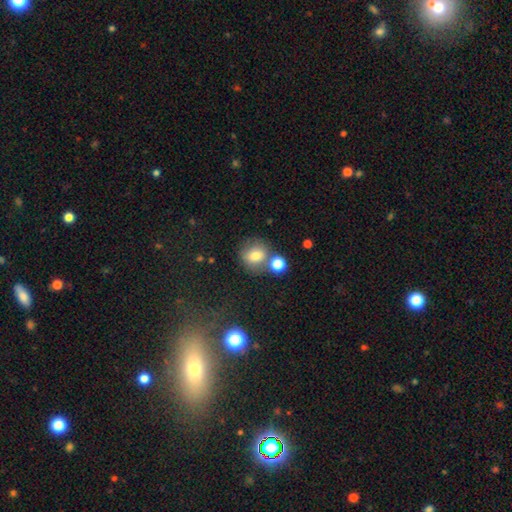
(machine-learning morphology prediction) Smooth or featured? Predicted: smooth (p=0.75). How rounded? Predicted: round (p=0.78). Merging? Predicted: none (p=0.59).